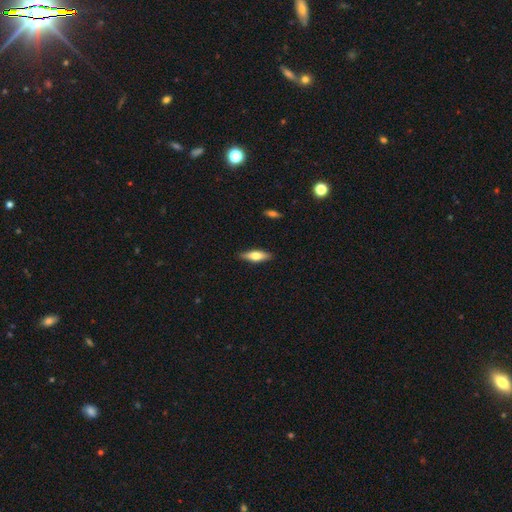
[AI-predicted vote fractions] Smooth or featured: smooth — 60% (featured or disk — 34%)
How rounded: in between — 50% (cigar-shaped — 48%)
Merging: none — 88% (minor disturbance — 9%)